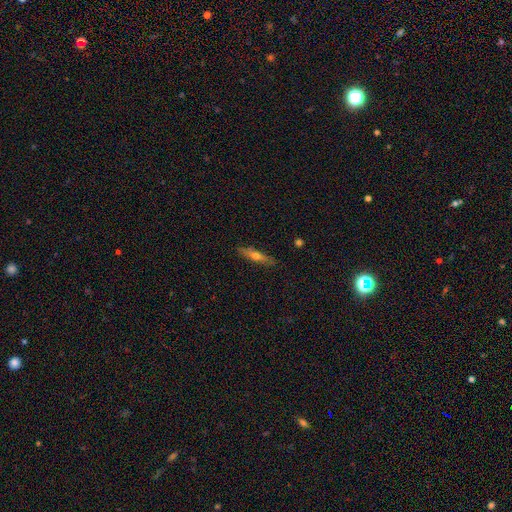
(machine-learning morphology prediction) This appears to be a smooth galaxy with no disk features (49%). Merging: none (86%).